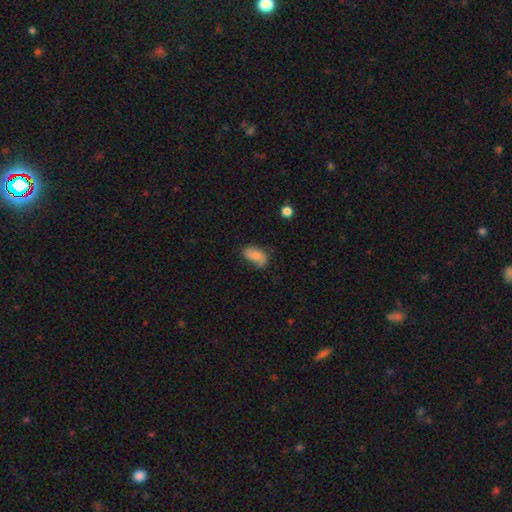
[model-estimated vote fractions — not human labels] smooth_or_featured: smooth (p=0.79) [alt: featured or disk p=0.14]
how_rounded: in between (p=0.92) [alt: round p=0.06]
merging: none (p=0.58) [alt: minor disturbance p=0.31]